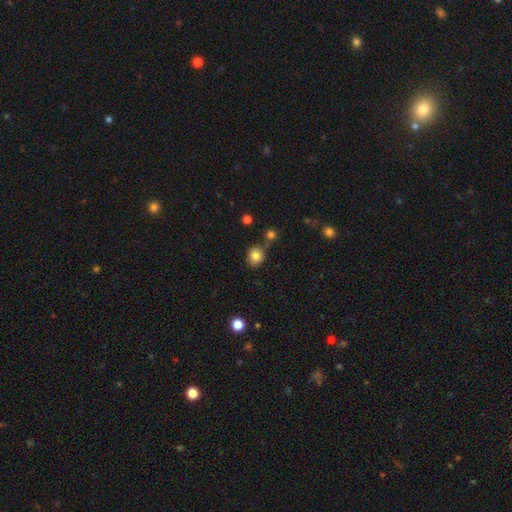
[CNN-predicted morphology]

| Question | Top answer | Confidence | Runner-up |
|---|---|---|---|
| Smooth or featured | smooth | 83% | star or artifact (11%) |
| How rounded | round | 78% | in between (21%) |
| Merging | none | 76% | minor disturbance (11%) |